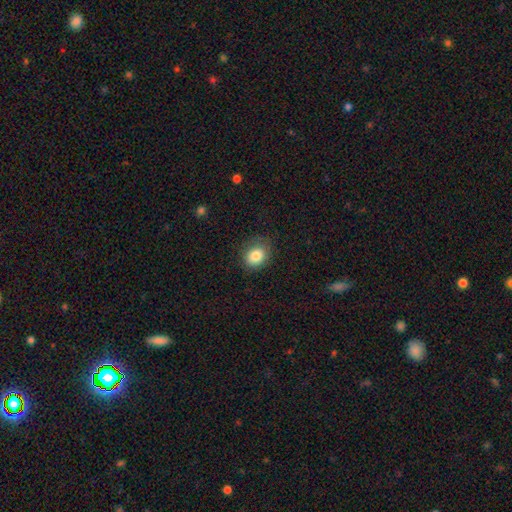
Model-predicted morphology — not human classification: smooth_or_featured: smooth (p=0.83) [alt: star or artifact p=0.09]
how_rounded: round (p=0.50) [alt: in between p=0.49]
merging: none (p=0.76) [alt: minor disturbance p=0.17]